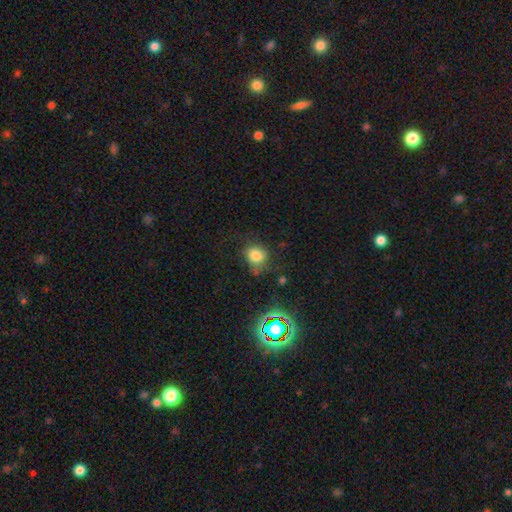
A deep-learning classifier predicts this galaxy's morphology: The model was most divided on "merging": none: 59%, minor disturbance: 25%, major disturbance: 12%, merger: 4%. More confident: smooth or featured — smooth (76%); how rounded — round (70%).